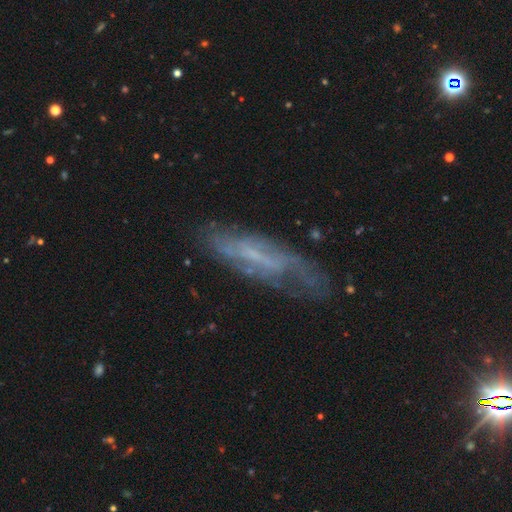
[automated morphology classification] The model was most divided on "edge-on disk": no: 66%, yes: 34%. More confident: smooth or featured — featured or disk (65%); merging — none (59%).